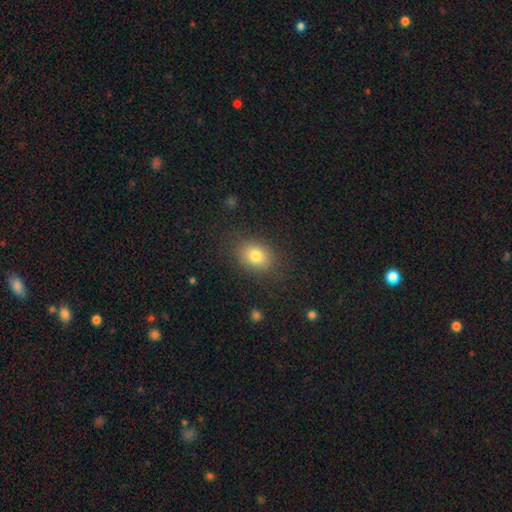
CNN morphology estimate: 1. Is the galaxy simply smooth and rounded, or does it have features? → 80% smooth, 11% star or artifact, 10% featured or disk.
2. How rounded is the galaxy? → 61% in between, 38% round, 1% cigar-shaped.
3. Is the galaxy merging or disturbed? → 83% none, 11% minor disturbance, 4% major disturbance, 1% merger.